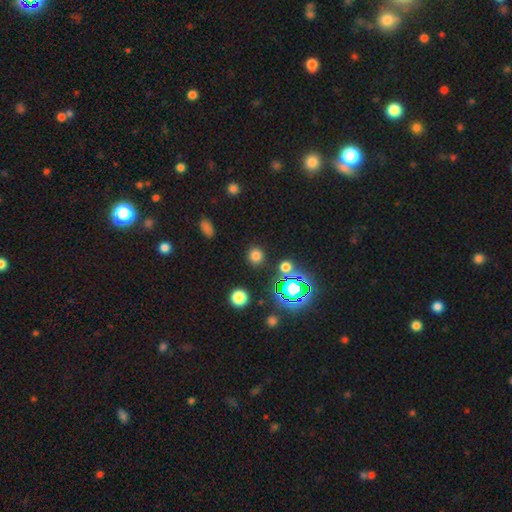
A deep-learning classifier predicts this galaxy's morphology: Smooth or featured? Predicted: smooth (p=0.72). How rounded? Predicted: round (p=0.89). Merging? Predicted: none (p=0.88).